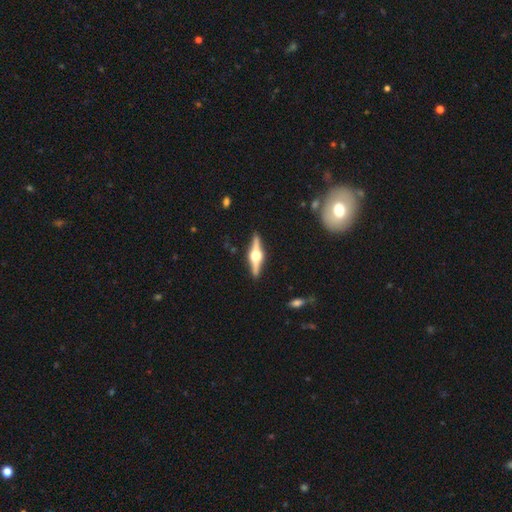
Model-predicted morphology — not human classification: Overall: featured or disk (83%). Edge-on disk: yes (98%). Edge-on bulge: rounded (96%). Merging: none (91%).